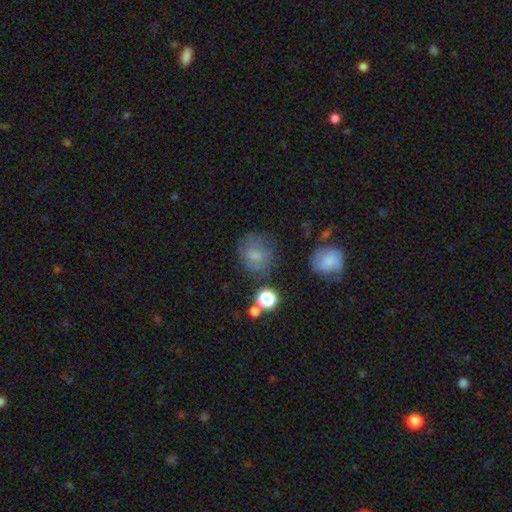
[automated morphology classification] A smooth galaxy with no disk features (70%) that is round (73%). Merging: none (63%).